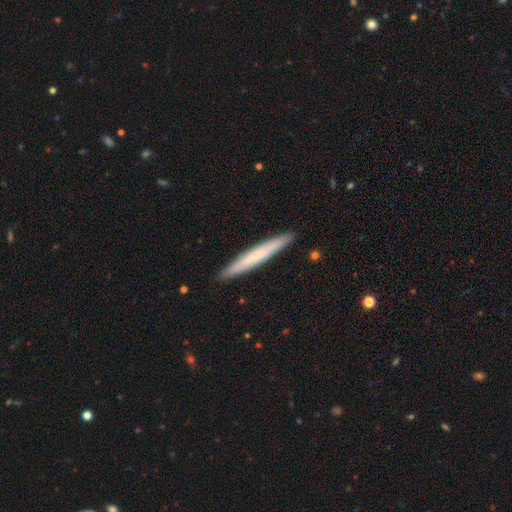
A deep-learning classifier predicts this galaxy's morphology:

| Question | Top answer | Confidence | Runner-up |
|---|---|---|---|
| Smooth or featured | smooth | 61% | featured or disk (34%) |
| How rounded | cigar-shaped | 96% | in between (2%) |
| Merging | none | 92% | minor disturbance (6%) |